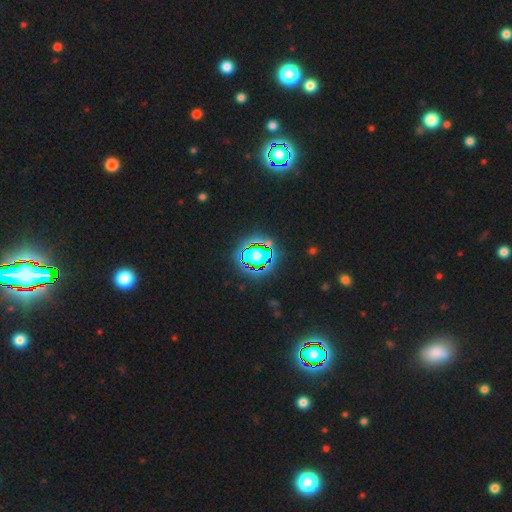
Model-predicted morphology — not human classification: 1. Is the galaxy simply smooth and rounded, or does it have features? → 60% star or artifact, 25% smooth, 15% featured or disk.